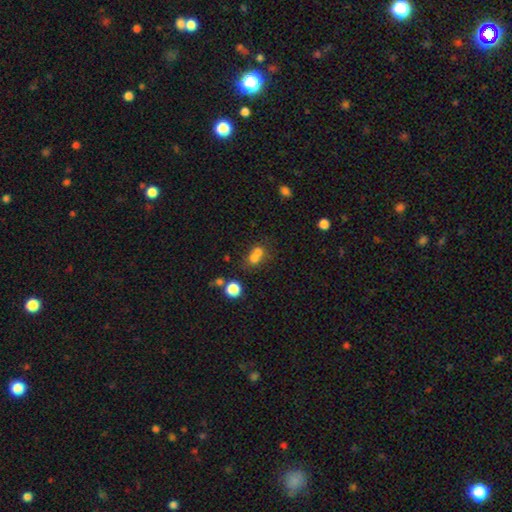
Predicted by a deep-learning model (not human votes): The model was most divided on "how rounded": round: 60%, in between: 39%, cigar-shaped: 2%. More confident: smooth or featured — smooth (68%); merging — merger (58%).